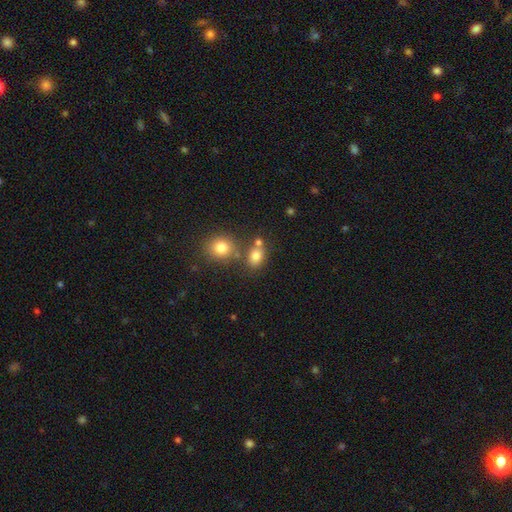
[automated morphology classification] This is likely a smooth galaxy (78%). How rounded: possibly in between (58%). Merging: likely none (61%).